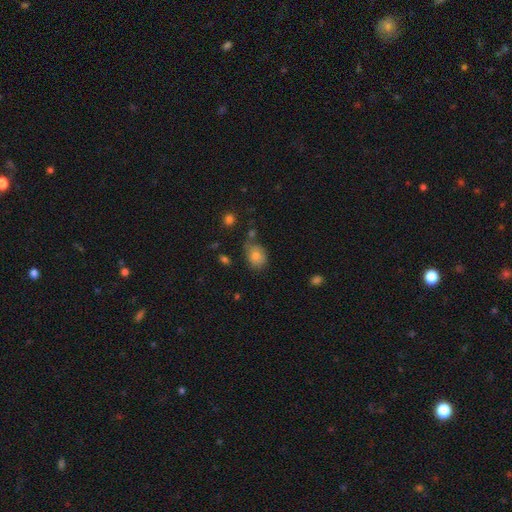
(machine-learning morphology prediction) type=smooth (81%); roundness=in between (58%); merging=none (62%).